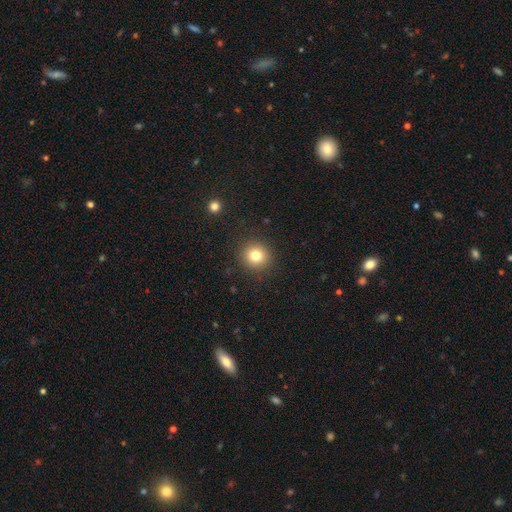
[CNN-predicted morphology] smooth 79%, star or artifact 13%, featured or disk 8%. Down the decision tree: how rounded — round (90%); merging — none (90%).